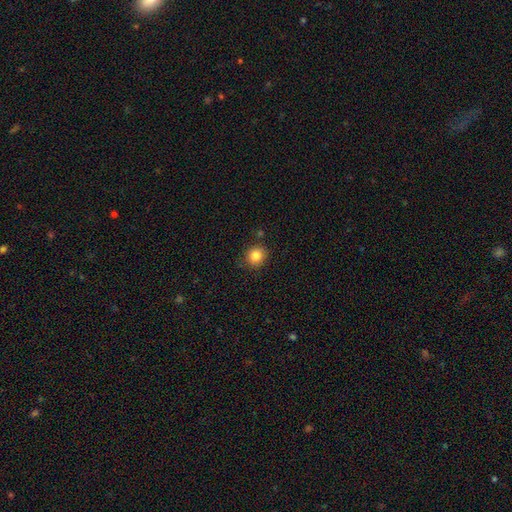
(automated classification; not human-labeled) Morphology: type=smooth (84%); roundness=round (80%); merging=none (85%).